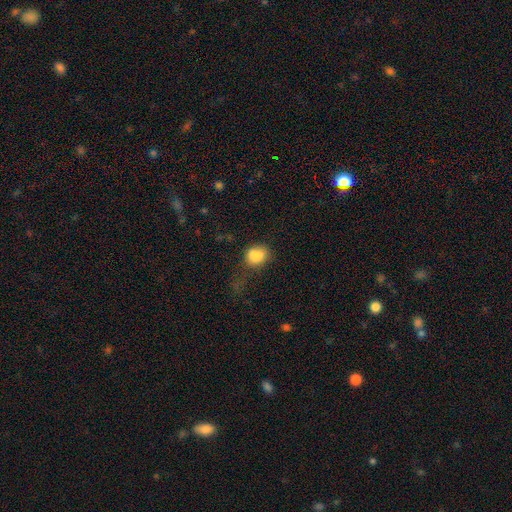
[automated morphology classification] Q: Smooth or featured?
A: smooth (81%); runner-up: star or artifact (10%)
Q: How rounded?
A: in between (51%); runner-up: round (48%)
Q: Merging?
A: none (40%); runner-up: minor disturbance (28%)